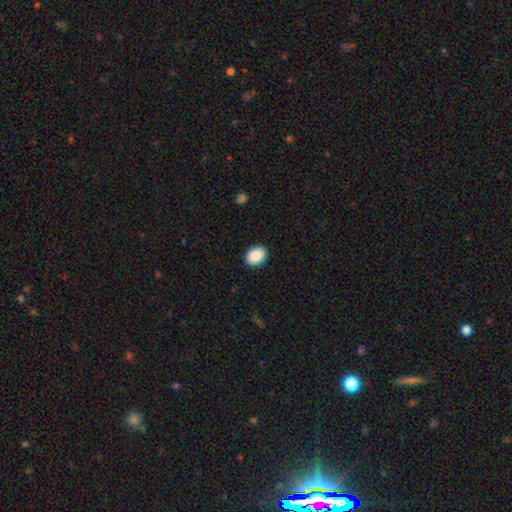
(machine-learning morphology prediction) Q: Smooth or featured?
A: smooth (90%); runner-up: star or artifact (7%)
Q: How rounded?
A: in between (74%); runner-up: round (25%)
Q: Merging?
A: none (91%); runner-up: minor disturbance (7%)